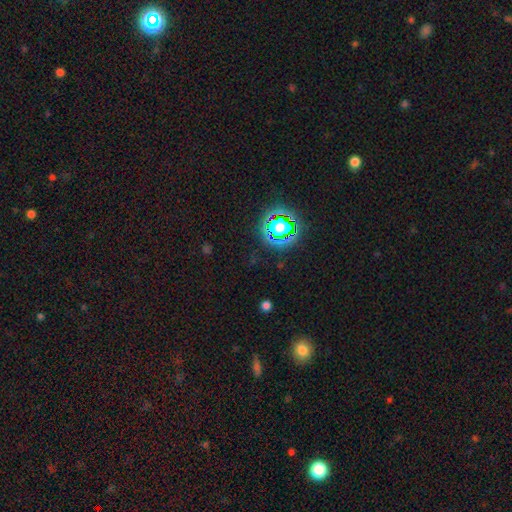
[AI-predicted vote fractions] Smooth or featured? Predicted: star or artifact (p=0.76).